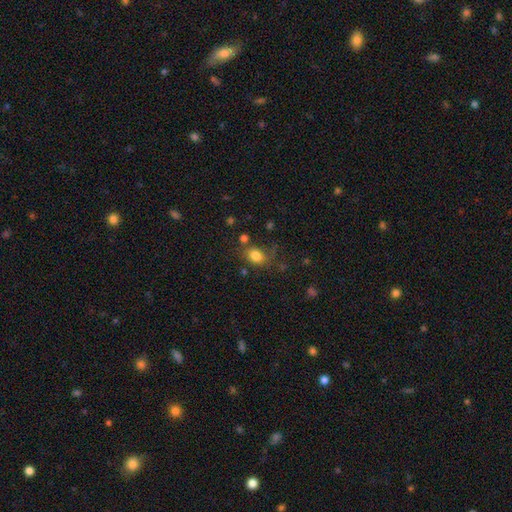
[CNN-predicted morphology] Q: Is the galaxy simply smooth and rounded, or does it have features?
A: smooth — 81%.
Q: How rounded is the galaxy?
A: in between — 59%.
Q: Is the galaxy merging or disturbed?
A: none — 67%.